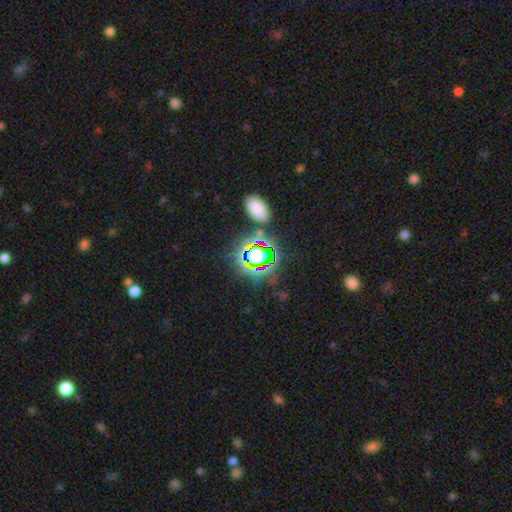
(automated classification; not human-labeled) A star or artifact, not a galaxy (60%).